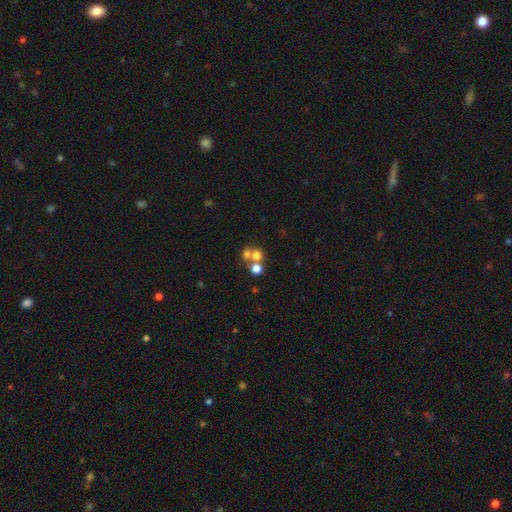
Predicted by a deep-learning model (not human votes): Q: Smooth or featured?
A: smooth (66%); runner-up: star or artifact (18%)
Q: How rounded?
A: round (83%); runner-up: in between (16%)
Q: Merging?
A: merger (49%); runner-up: none (40%)